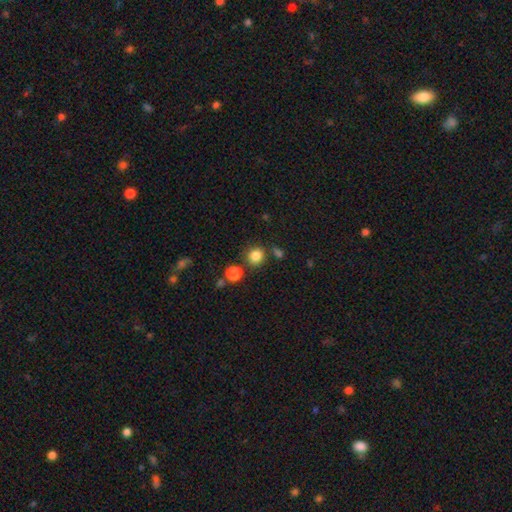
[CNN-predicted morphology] This is clearly a smooth galaxy (83%). How rounded: clearly round (83%). Merging: likely none (79%).